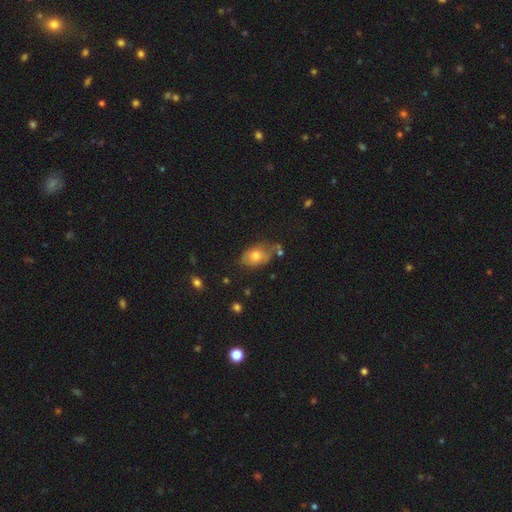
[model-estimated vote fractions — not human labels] A smooth galaxy with no disk features (71%) that is in between round and cigar-shaped (85%).

Vote fractions:
- Smooth or featured? smooth: 71% / featured or disk: 20% / star or artifact: 10%
- How rounded? in between: 85% / round: 14% / cigar-shaped: 2%
- Merging? none: 55% / minor disturbance: 29% / major disturbance: 9% / merger: 8%